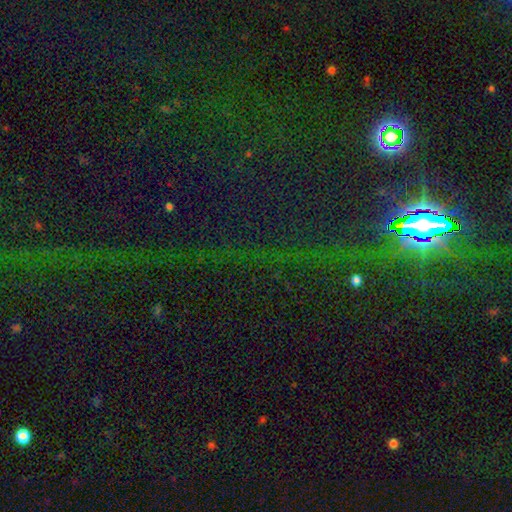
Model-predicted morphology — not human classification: The model was most divided on "smooth or featured": star or artifact: 82%, smooth: 9%, featured or disk: 9%.